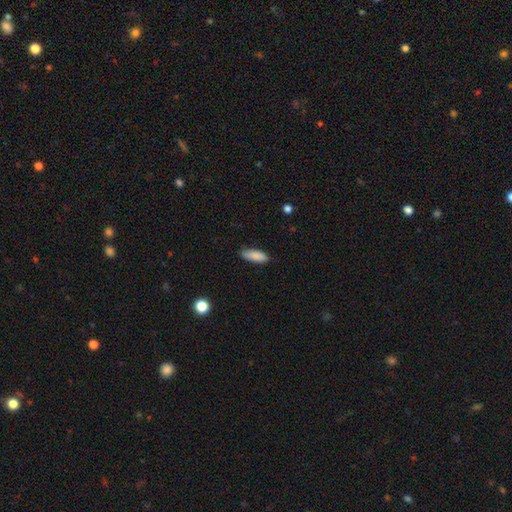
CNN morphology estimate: Overall: smooth (87%). How rounded: in between (67%; cigar-shaped 31%). Merging: none (80%).